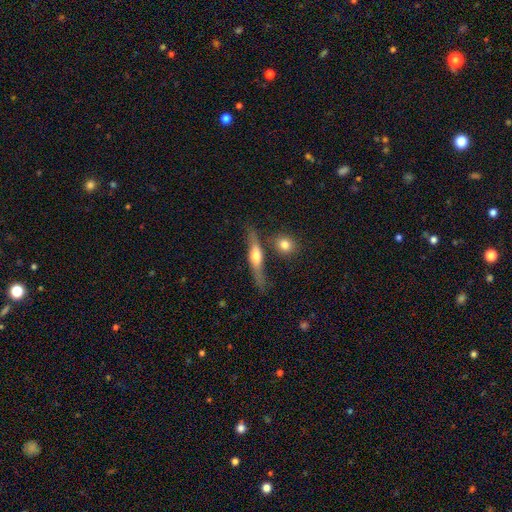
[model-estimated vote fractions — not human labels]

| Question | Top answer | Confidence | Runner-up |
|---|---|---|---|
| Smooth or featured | featured or disk | 57% | smooth (37%) |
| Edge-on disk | yes | 89% | no (11%) |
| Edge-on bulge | rounded | 88% | boxy (6%) |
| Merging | none | 70% | minor disturbance (16%) |